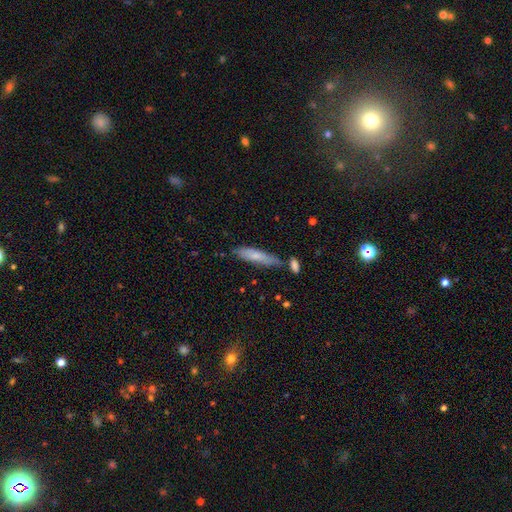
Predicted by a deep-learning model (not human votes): Smooth or featured?
  - smooth: 68% *
  - featured or disk: 25%
  - star or artifact: 6%
How rounded?
  - cigar-shaped: 80% *
  - in between: 19%
  - round: 2%
Merging?
  - none: 69% *
  - minor disturbance: 18%
  - merger: 9%
  - major disturbance: 4%